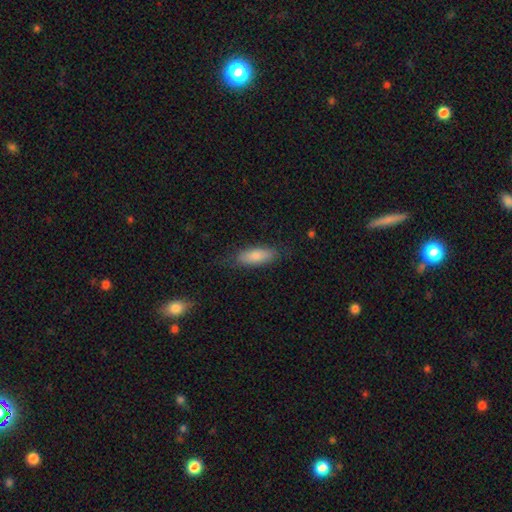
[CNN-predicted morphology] Overall: smooth (80%). How rounded: in between (63%; cigar-shaped 35%). Merging: none (78%).